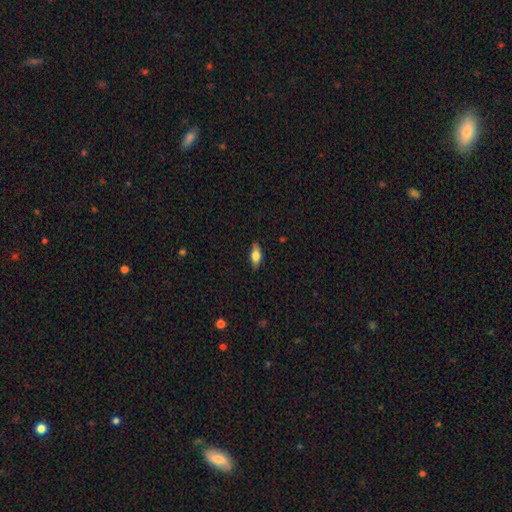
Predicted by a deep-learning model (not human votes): This appears to be a smooth galaxy with no disk features (69%) that is in between round and cigar-shaped (78%). Merging: none (86%).